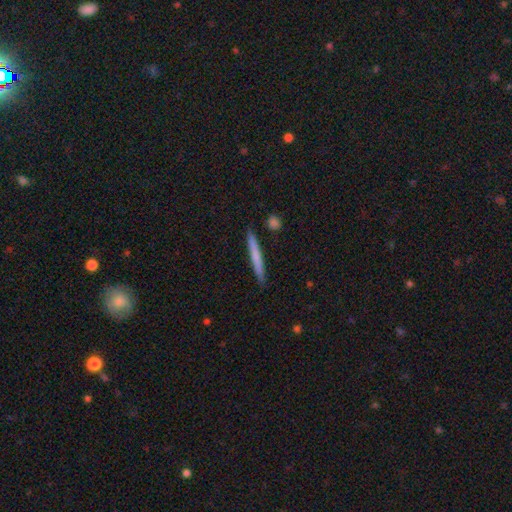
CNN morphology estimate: This appears to be a smooth galaxy with no disk features (66%) that is cigar-shaped (97%). Merging: none (90%).